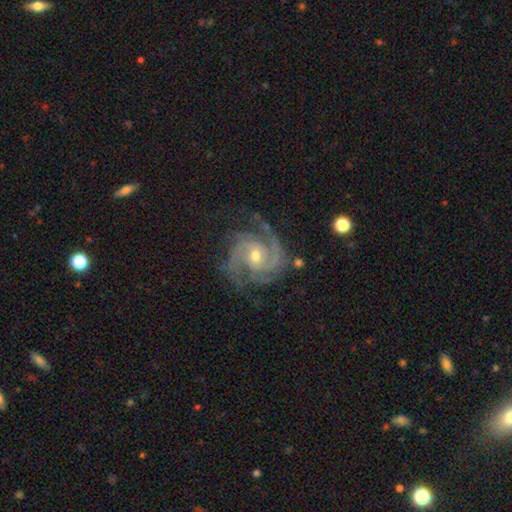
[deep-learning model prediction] This appears to be a featured or disk galaxy (93%) with no bar (60%), 3 (42%) tight (53%) spiral arms (99%) and a moderate central bulge (52%). Merging: none (74%).